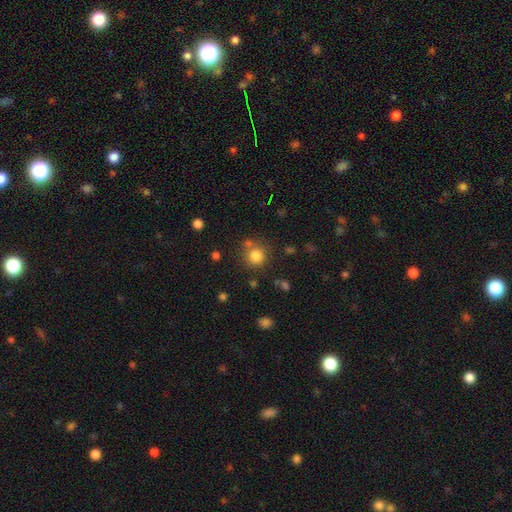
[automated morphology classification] Q: Smooth or featured?
A: smooth (81%); runner-up: star or artifact (13%)
Q: How rounded?
A: round (92%); runner-up: in between (7%)
Q: Merging?
A: none (74%); runner-up: merger (12%)